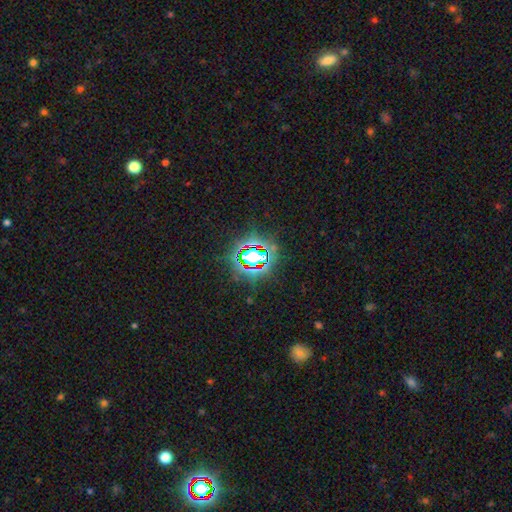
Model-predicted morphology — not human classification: Smooth or featured? Predicted: star or artifact (p=0.78).